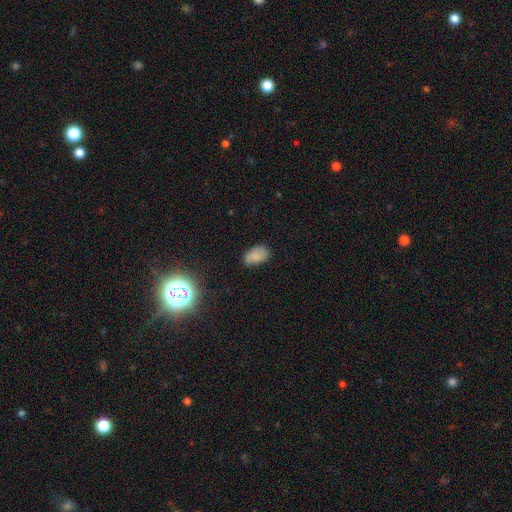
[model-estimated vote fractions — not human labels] Q: Smooth or featured?
A: smooth (71%); runner-up: featured or disk (17%)
Q: How rounded?
A: in between (92%); runner-up: round (7%)
Q: Merging?
A: none (67%); runner-up: minor disturbance (25%)